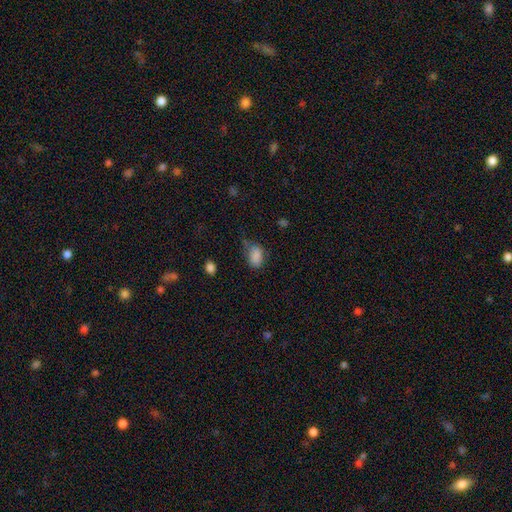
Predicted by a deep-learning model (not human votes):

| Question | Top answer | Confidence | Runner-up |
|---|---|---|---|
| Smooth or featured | smooth | 85% | star or artifact (9%) |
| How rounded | in between | 87% | round (12%) |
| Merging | none | 45% | minor disturbance (36%) |